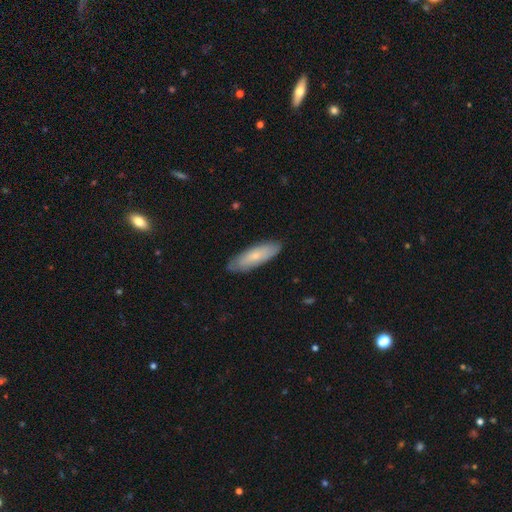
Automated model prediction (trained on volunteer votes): A smooth galaxy with no disk features (67%) that is in between round and cigar-shaped (52%). Merging: none (84%).